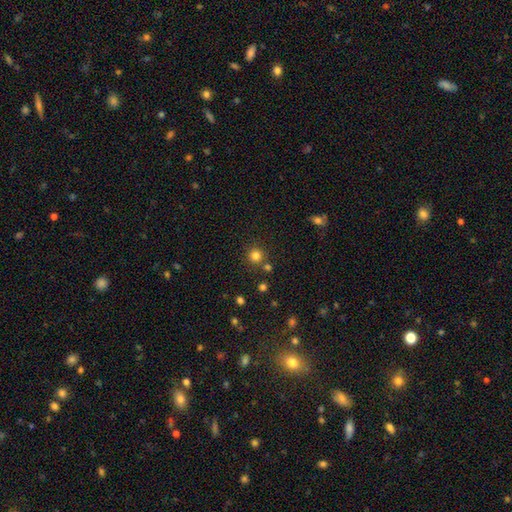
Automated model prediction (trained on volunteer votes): Smooth or featured? smooth (81%)
How rounded? round (94%)
Merging? none (80%)